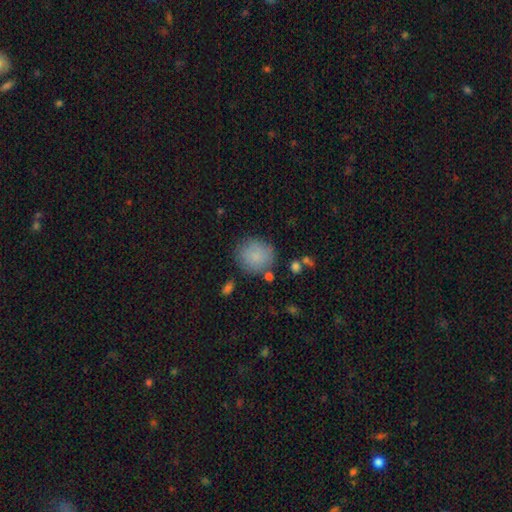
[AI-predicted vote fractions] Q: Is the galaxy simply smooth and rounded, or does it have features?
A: smooth — 84%.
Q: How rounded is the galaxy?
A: round — 85%.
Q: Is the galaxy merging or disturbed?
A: none — 77%.